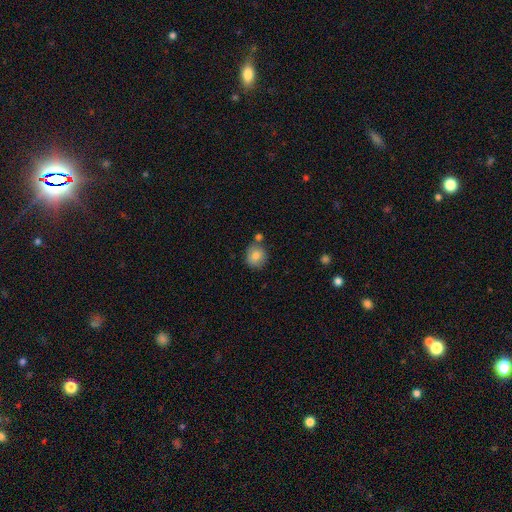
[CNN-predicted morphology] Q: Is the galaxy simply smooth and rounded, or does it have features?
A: smooth — 81%.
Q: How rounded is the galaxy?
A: round — 83%.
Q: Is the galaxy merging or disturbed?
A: none — 68%.